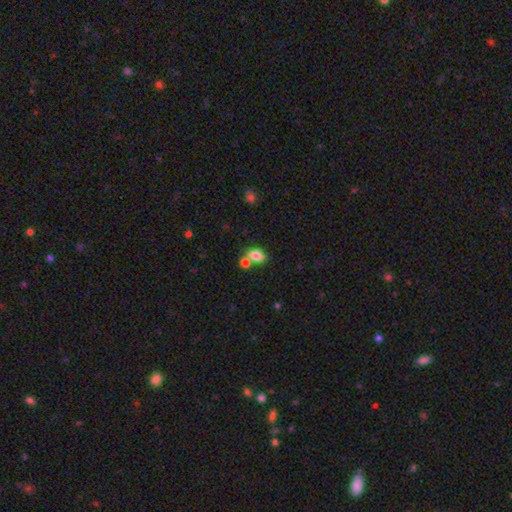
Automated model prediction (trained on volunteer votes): This is clearly a smooth galaxy (80%). How rounded: clearly in between (85%). Merging: possibly none (55%).